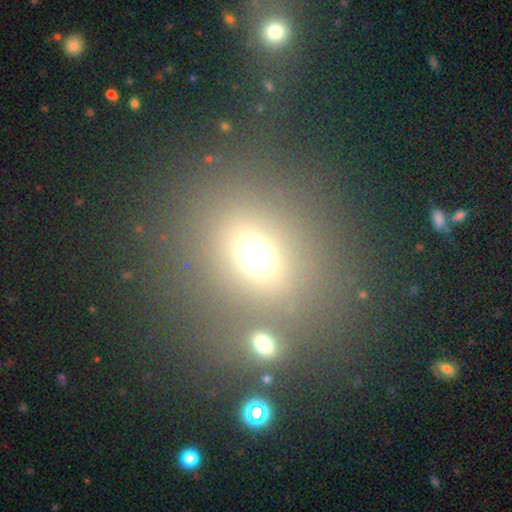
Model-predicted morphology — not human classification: type=smooth (63%); roundness=round (67%); merging=none (68%).